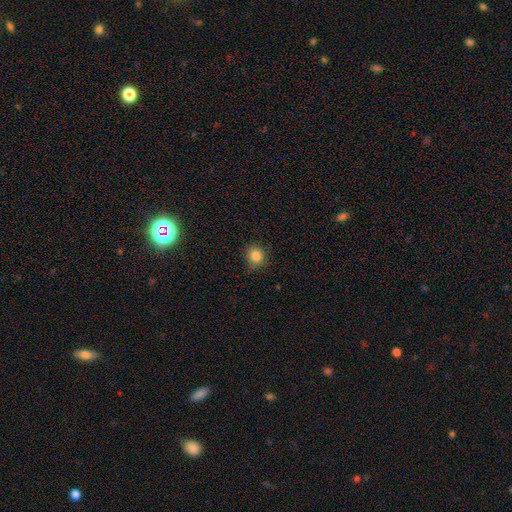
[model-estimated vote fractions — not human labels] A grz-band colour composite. It shows a smooth galaxy with no disk features (84%) that is round (84%). Merging: none (83%).